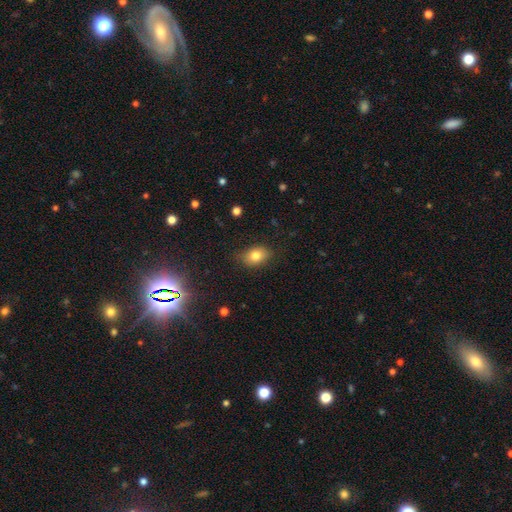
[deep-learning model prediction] Smooth or featured? Predicted: smooth (p=0.79). How rounded? Predicted: in between (p=0.75). Merging? Predicted: none (p=0.80).